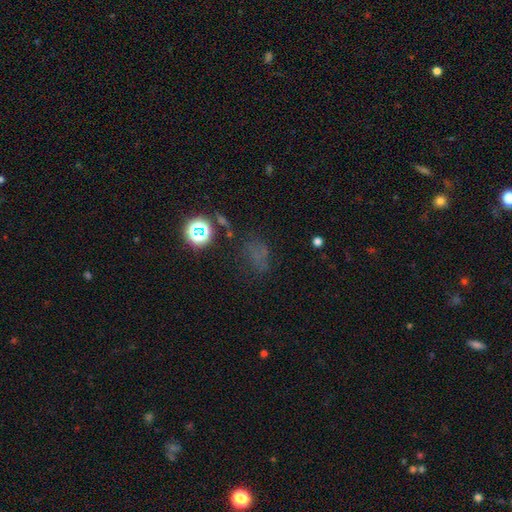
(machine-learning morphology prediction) smooth_or_featured: star or artifact (p=0.44) [alt: smooth p=0.41]